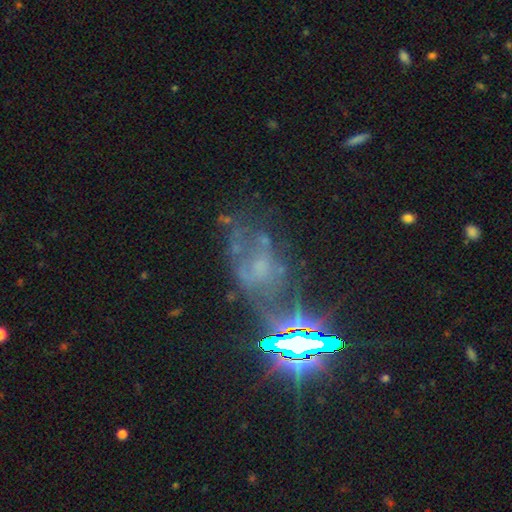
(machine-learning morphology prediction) Smooth or featured? Predicted: featured or disk (p=0.46). Merging? Predicted: none (p=0.41).